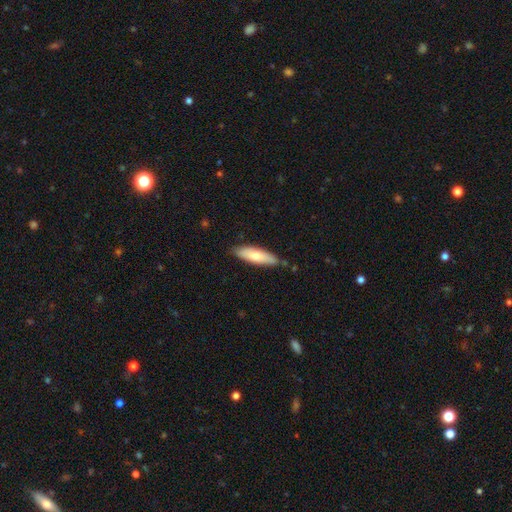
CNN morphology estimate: type=smooth (71%); roundness=cigar-shaped (53%); merging=none (78%).